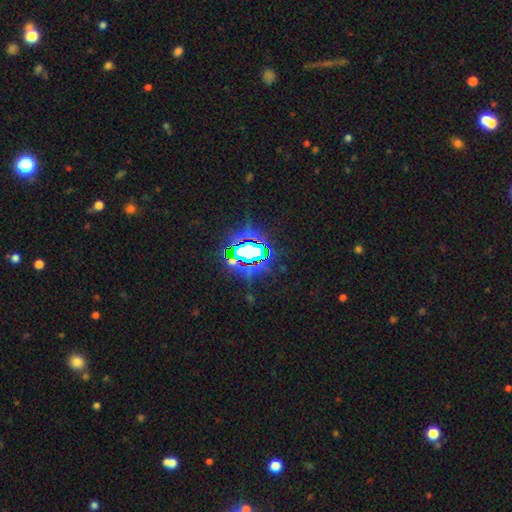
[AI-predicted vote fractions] smooth_or_featured: star or artifact (p=0.78) [alt: smooth p=0.12]